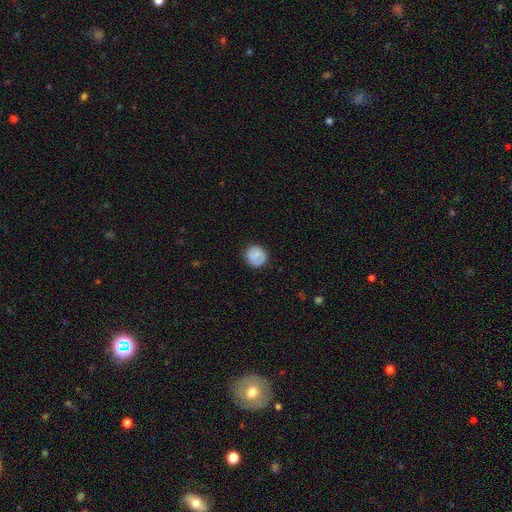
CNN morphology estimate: Smooth or featured? smooth (74%)
How rounded? round (88%)
Merging? none (85%)